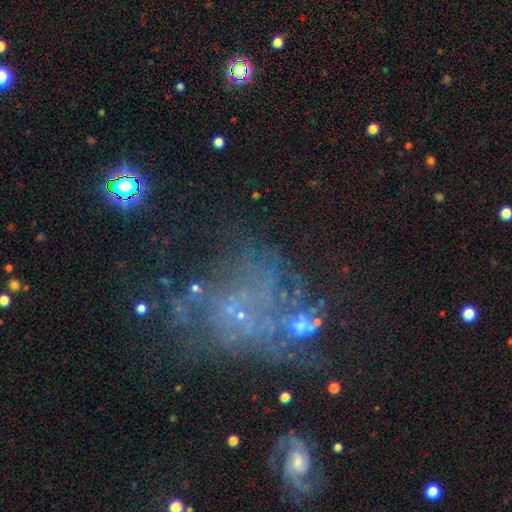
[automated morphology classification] This is possibly a featured or disk galaxy (55%). It is clearly not viewed edge-on (97%). Bar: clearly no (83%). Spiral arm pattern: likely no (63%). Central bulge: possibly none (52%). Merging: marginally major disturbance (33%).